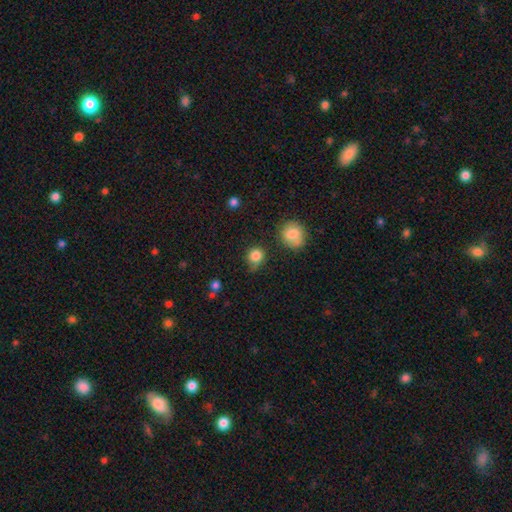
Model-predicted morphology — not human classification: A smooth galaxy with no disk features (84%) that is round (83%). Merging: none (65%).